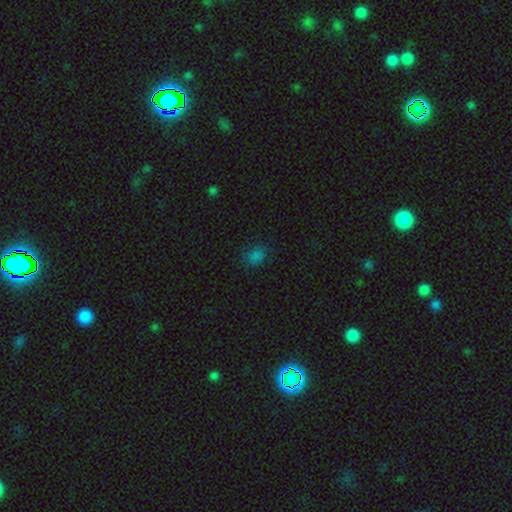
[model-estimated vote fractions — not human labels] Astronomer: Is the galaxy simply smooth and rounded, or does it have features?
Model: smooth — 76%.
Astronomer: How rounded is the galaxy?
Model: in between — 61% (runner-up: round, 38%).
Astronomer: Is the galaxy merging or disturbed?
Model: none — 79%.